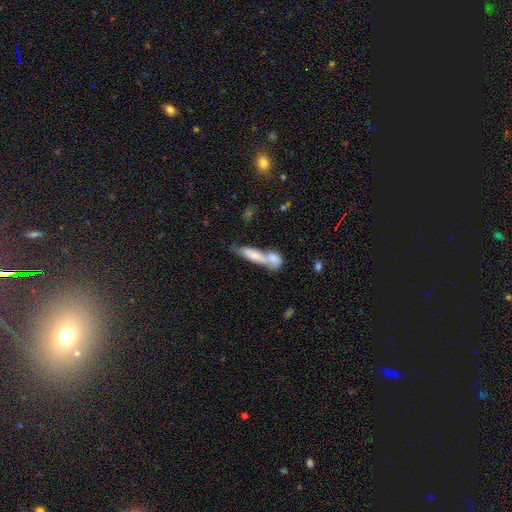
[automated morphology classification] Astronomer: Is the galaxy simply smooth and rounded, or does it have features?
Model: smooth — 69%.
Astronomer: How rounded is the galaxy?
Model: cigar-shaped — 64%.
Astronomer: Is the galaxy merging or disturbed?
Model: merger — 62%.